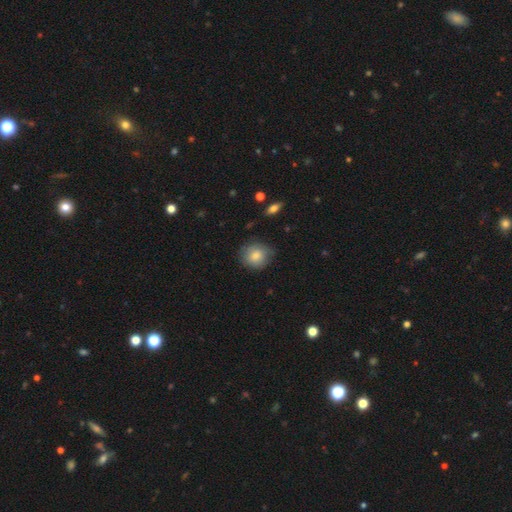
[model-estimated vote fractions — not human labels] smooth_or_featured: smooth (p=0.81) [alt: featured or disk p=0.12]
how_rounded: round (p=0.80) [alt: in between p=0.19]
merging: none (p=0.74) [alt: minor disturbance p=0.20]